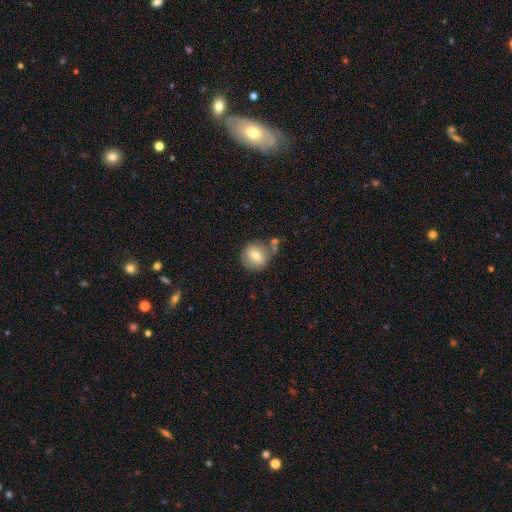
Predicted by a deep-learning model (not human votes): smooth-or-featured: smooth: 70% | featured or disk: 21% | star or artifact: 8%
  how-rounded: round: 88% | in between: 11% | cigar-shaped: 1%
  merging: none: 66% | merger: 15% | minor disturbance: 15% | major disturbance: 5%